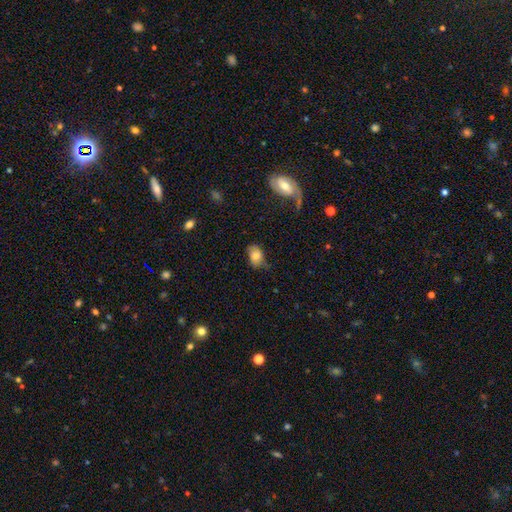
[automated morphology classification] This is likely a smooth galaxy (73%). How rounded: likely in between (80%). Merging: possibly none (51%).